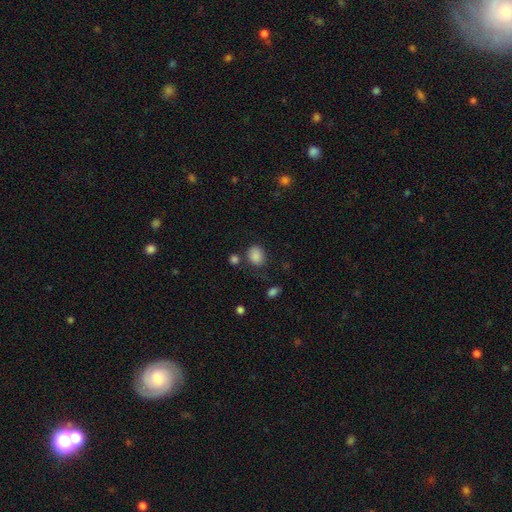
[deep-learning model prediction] smooth-or-featured: smooth: 85% | star or artifact: 10% | featured or disk: 5%
  how-rounded: round: 54% | in between: 45% | cigar-shaped: 1%
  merging: none: 68% | minor disturbance: 18% | merger: 7% | major disturbance: 7%